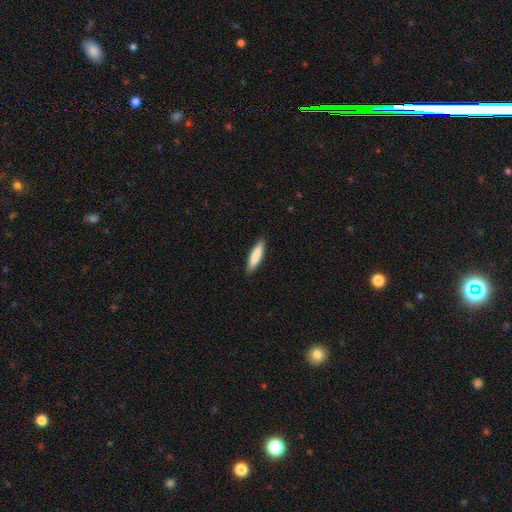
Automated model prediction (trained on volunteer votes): Smooth or featured?
  - smooth: 83% *
  - featured or disk: 12%
  - star or artifact: 5%
How rounded?
  - cigar-shaped: 80% *
  - in between: 19%
  - round: 1%
Merging?
  - none: 89% *
  - minor disturbance: 8%
  - major disturbance: 2%
  - merger: 1%